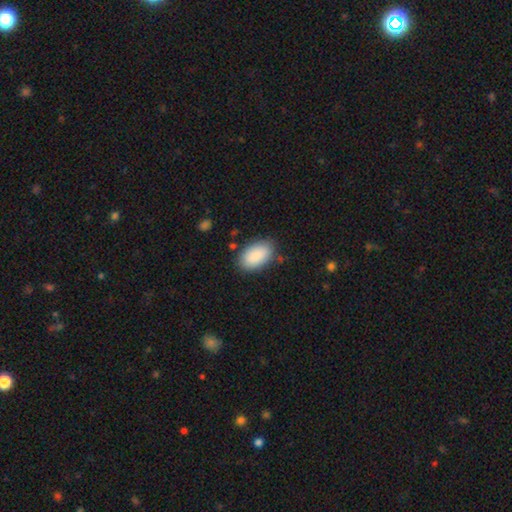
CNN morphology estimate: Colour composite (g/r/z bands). It shows a smooth galaxy with no disk features (89%) that is in between round and cigar-shaped (94%). Merging: none (83%).